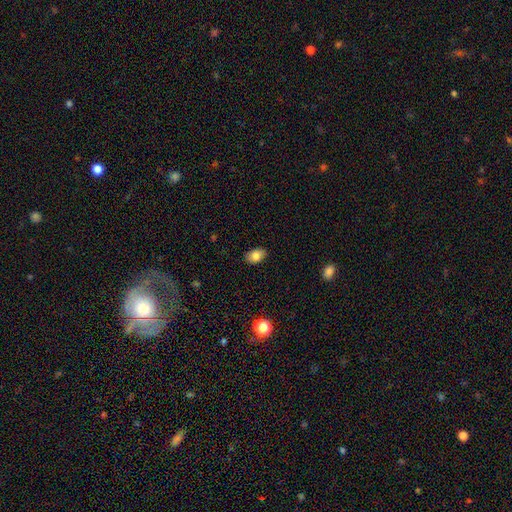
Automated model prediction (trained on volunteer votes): Smooth or featured?
  - smooth: 84% *
  - star or artifact: 9%
  - featured or disk: 8%
How rounded?
  - in between: 86% *
  - round: 13%
  - cigar-shaped: 1%
Merging?
  - none: 87% *
  - minor disturbance: 10%
  - major disturbance: 2%
  - merger: 1%